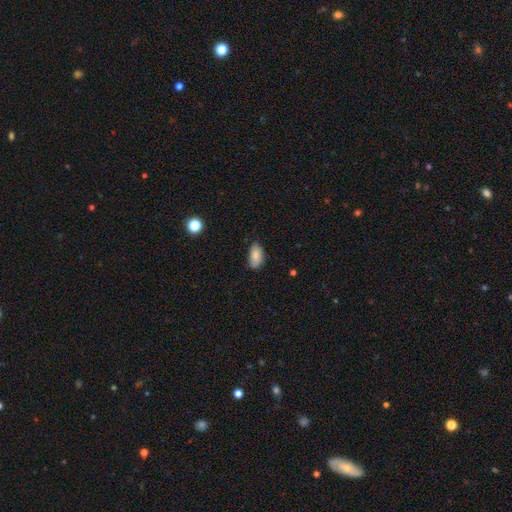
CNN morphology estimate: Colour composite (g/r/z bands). It shows a smooth galaxy with no disk features (83%) that is in between round and cigar-shaped (92%). Merging: none (74%).